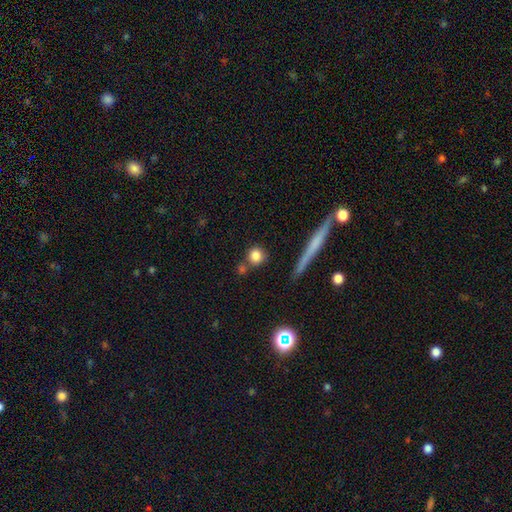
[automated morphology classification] smooth_or_featured: smooth (p=0.81) [alt: star or artifact p=0.09]
how_rounded: round (p=0.86) [alt: in between p=0.10]
merging: none (p=0.72) [alt: merger p=0.14]